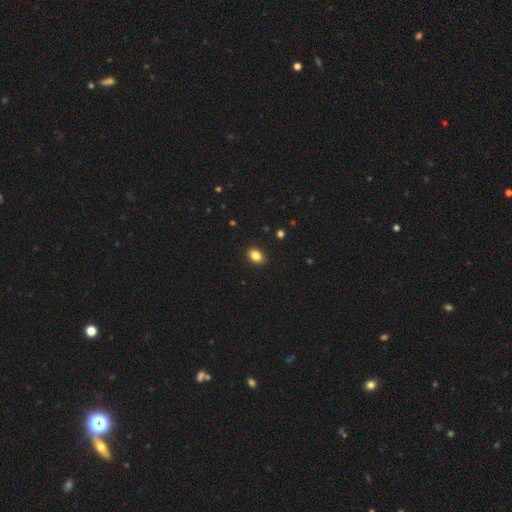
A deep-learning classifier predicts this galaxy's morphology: Smooth or featured: smooth — 85% (star or artifact — 10%)
How rounded: in between — 72% (round — 27%)
Merging: none — 90% (minor disturbance — 8%)